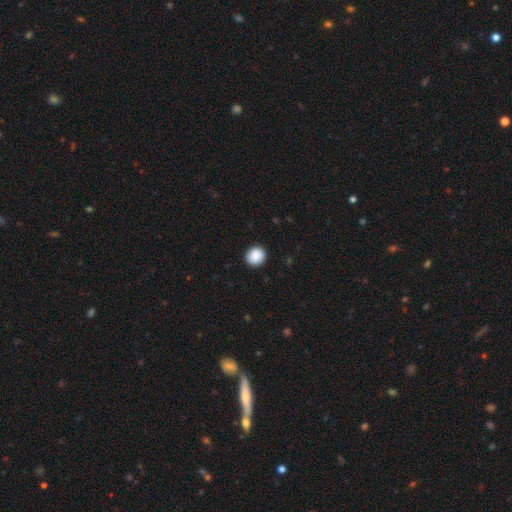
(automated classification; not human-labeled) A smooth galaxy with no disk features (89%) that is round (89%).

Vote fractions:
- Smooth or featured? smooth: 89% / star or artifact: 8% / featured or disk: 3%
- How rounded? round: 89% / in between: 10% / cigar-shaped: 1%
- Merging? none: 92% / minor disturbance: 6% / major disturbance: 2% / merger: 1%